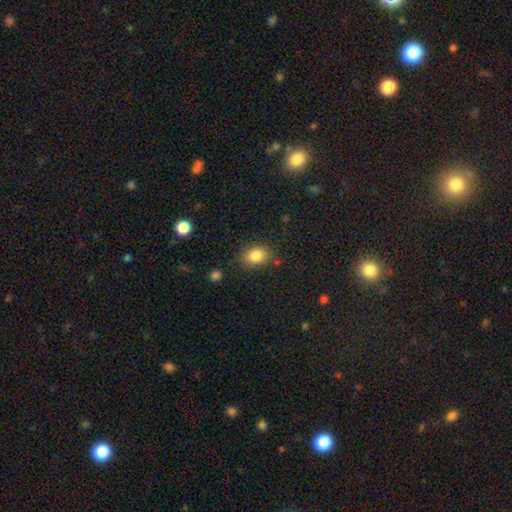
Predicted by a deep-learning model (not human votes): Smooth or featured: smooth — 85% (star or artifact — 9%)
How rounded: in between — 70% (round — 29%)
Merging: none — 80% (minor disturbance — 13%)